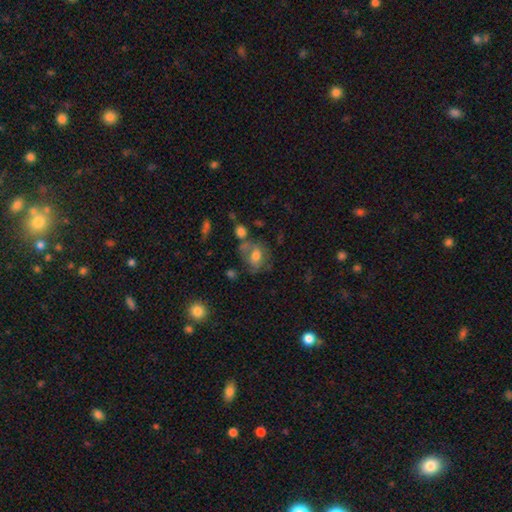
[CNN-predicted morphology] smooth 57%, featured or disk 33%, star or artifact 10%. Down the decision tree: how rounded — round (50%); merging — none (44%).